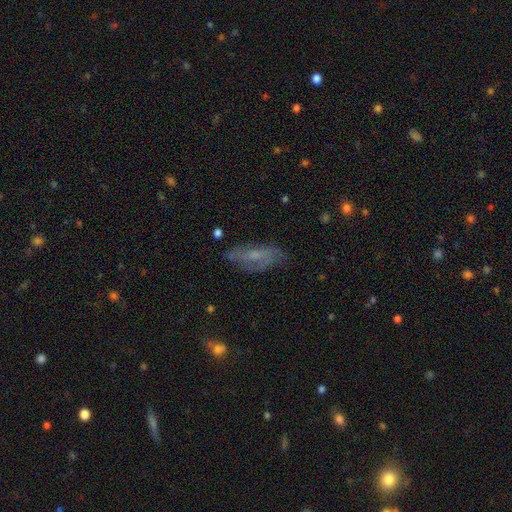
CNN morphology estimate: A featured or disk galaxy (49%). Merging: none (66%).